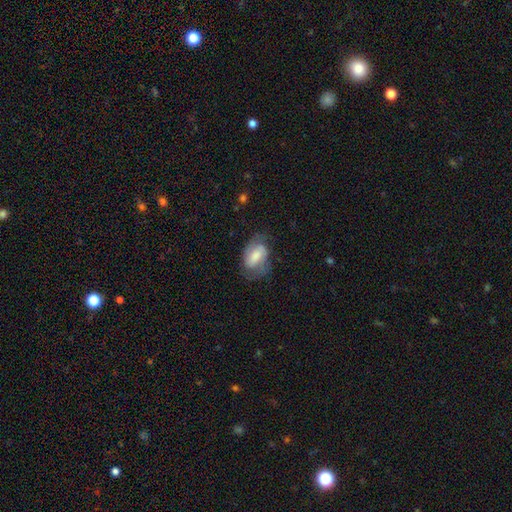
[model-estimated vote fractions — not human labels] Smooth or featured? Predicted: featured or disk (p=0.50). Merging? Predicted: none (p=0.56).